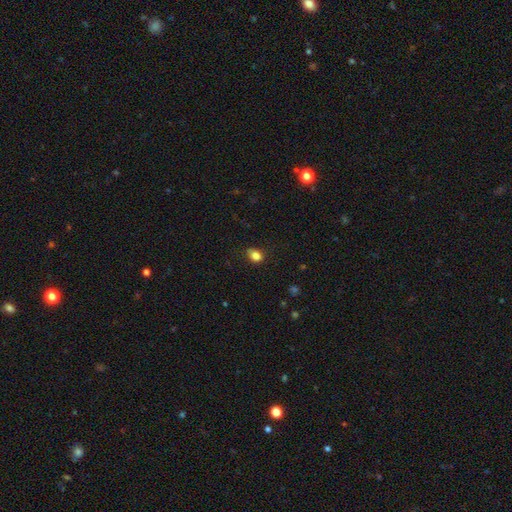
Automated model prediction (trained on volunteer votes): Smooth or featured? Predicted: smooth (p=0.84). How rounded? Predicted: in between (p=0.64). Merging? Predicted: none (p=0.71).